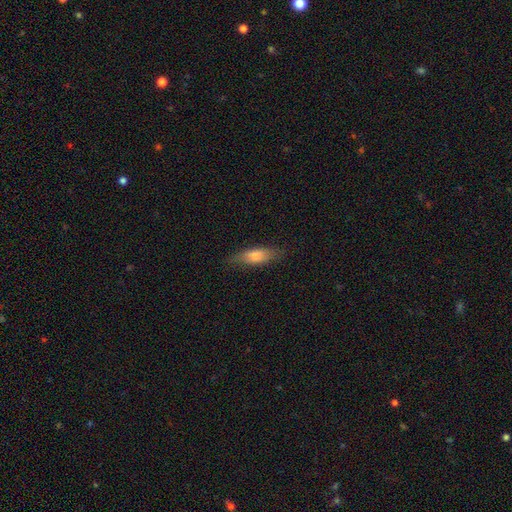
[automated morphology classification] This is likely a smooth galaxy (78%). How rounded: possibly in between (59%). Merging: likely none (75%).